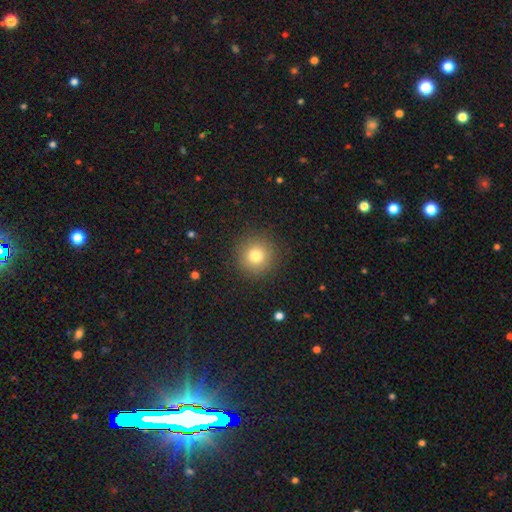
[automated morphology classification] smooth-or-featured: smooth: 78% | star or artifact: 13% | featured or disk: 9%
  how-rounded: round: 95% | in between: 4% | cigar-shaped: 1%
  merging: none: 90% | minor disturbance: 6% | major disturbance: 3% | merger: 1%